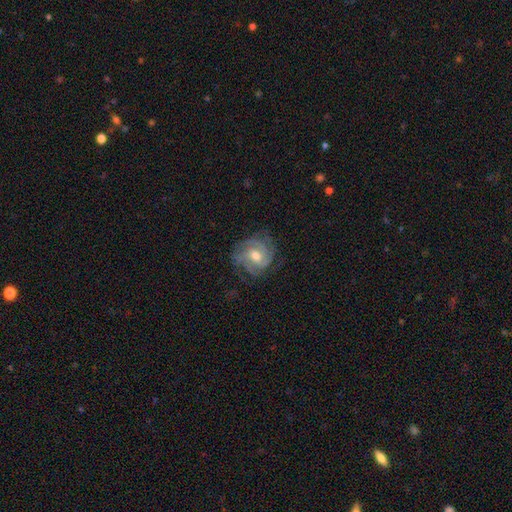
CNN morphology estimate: smooth_or_featured: featured or disk (p=0.84) [alt: smooth p=0.10]
disk_edge_on: no (p=0.97) [alt: yes p=0.03]
bar: no (p=0.50) [alt: weak p=0.41]
has_spiral_arms: yes (p=0.97) [alt: no p=0.03]
spiral_winding: tight (p=0.58) [alt: medium p=0.34]
spiral_arm_count: 3 (p=0.33) [alt: can't tell p=0.22]
bulge_size: moderate (p=0.66) [alt: small p=0.27]
merging: none (p=0.73) [alt: minor disturbance p=0.17]